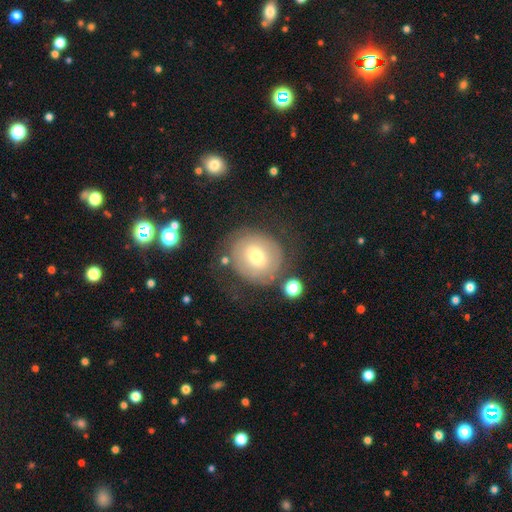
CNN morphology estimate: Overall: smooth (45%, tied with featured or disk). Merging: none (70%).